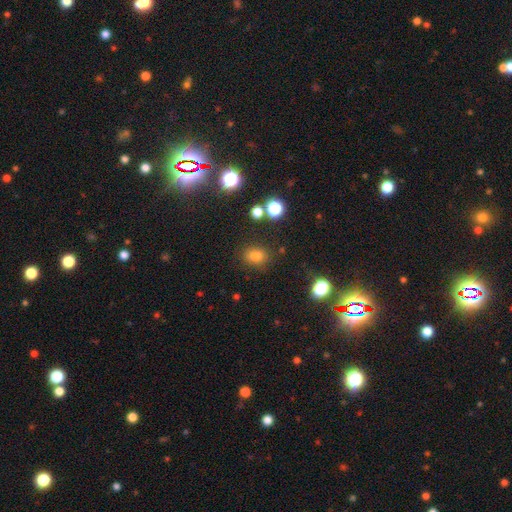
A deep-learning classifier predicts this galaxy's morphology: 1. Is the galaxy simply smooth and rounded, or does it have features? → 78% smooth, 16% star or artifact, 6% featured or disk.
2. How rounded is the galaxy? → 55% in between, 44% round, 1% cigar-shaped.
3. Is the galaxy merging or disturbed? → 82% none, 11% minor disturbance, 4% major disturbance, 3% merger.